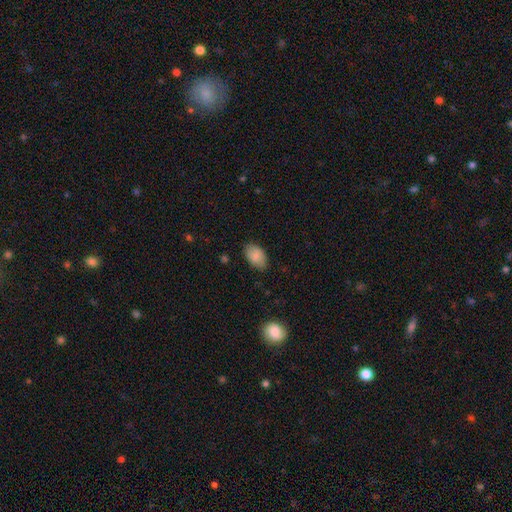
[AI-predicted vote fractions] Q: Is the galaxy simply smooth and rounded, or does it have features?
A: smooth — 86%.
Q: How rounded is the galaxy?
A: in between — 91%.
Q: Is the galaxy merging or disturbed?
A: none — 81%.